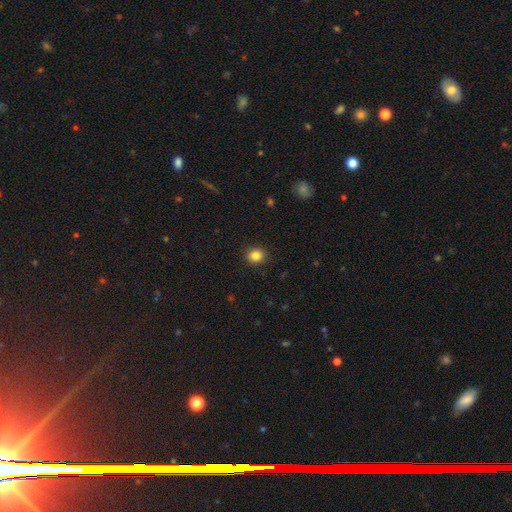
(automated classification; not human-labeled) Smooth or featured: smooth — 84% (star or artifact — 11%)
How rounded: round — 80% (in between — 20%)
Merging: none — 91% (minor disturbance — 6%)